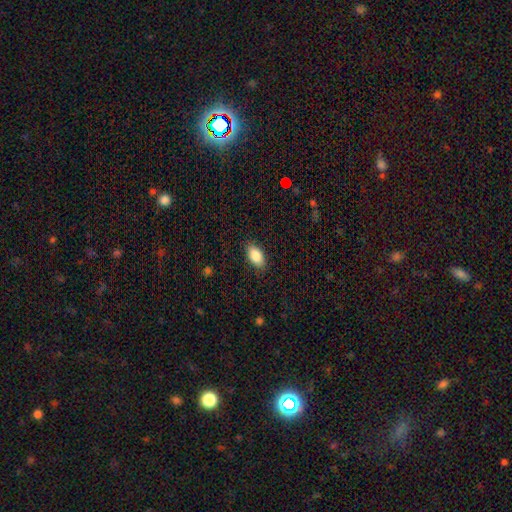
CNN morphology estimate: A smooth galaxy with no disk features (87%) that is in between round and cigar-shaped (91%).

Vote fractions:
- Smooth or featured? smooth: 87% / star or artifact: 7% / featured or disk: 6%
- How rounded? in between: 91% / round: 4% / cigar-shaped: 4%
- Merging? none: 87% / minor disturbance: 10% / major disturbance: 3% / merger: 1%